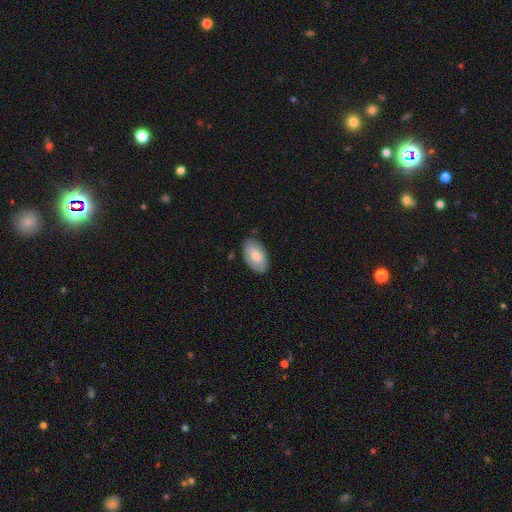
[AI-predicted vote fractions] This appears to be a smooth galaxy with no disk features (75%) that is in between round and cigar-shaped (94%). Merging: none (80%).